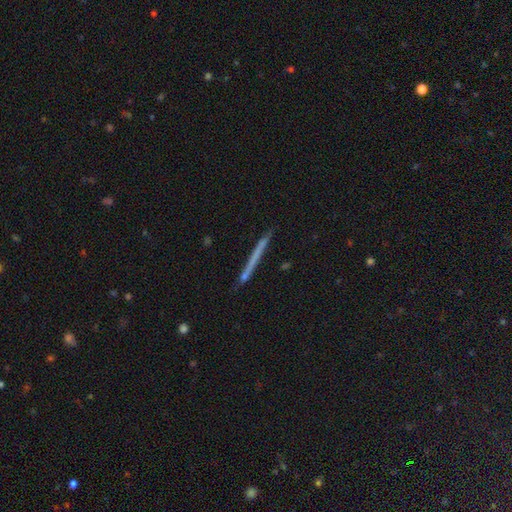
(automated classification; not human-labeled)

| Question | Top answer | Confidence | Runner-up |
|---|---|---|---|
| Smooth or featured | smooth | 49% | featured or disk (45%) |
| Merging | none | 86% | minor disturbance (9%) |